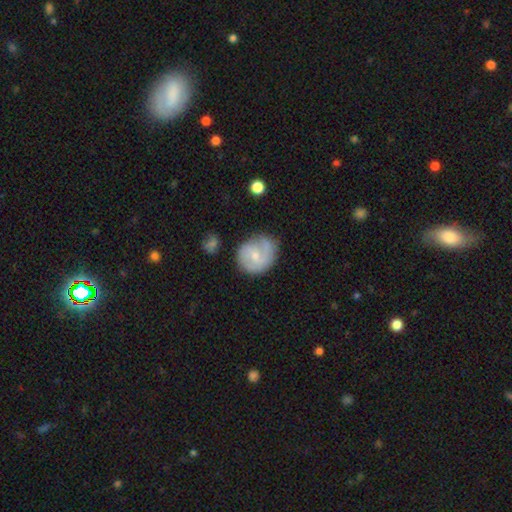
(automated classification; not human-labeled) Q: Smooth or featured?
A: featured or disk (55%); runner-up: smooth (39%)
Q: Edge-on disk?
A: no (98%); runner-up: yes (2%)
Q: Bar?
A: no (49%); runner-up: weak (45%)
Q: Spiral arms?
A: yes (80%); runner-up: no (20%)
Q: Bulge size?
A: small (60%); runner-up: moderate (33%)
Q: Merging?
A: none (61%); runner-up: minor disturbance (24%)